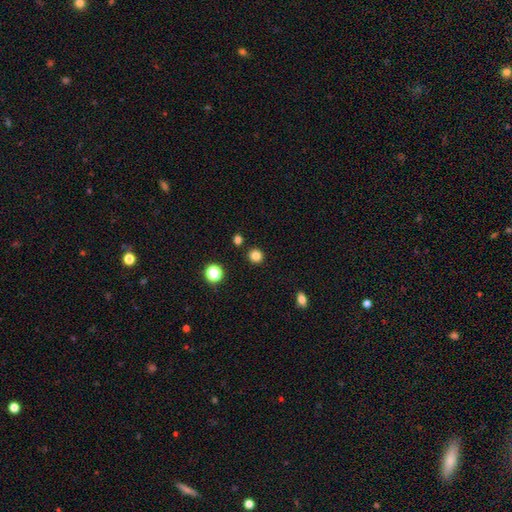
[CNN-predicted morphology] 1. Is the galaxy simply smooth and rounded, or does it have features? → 83% smooth, 13% star or artifact, 4% featured or disk.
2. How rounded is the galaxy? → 91% round, 8% in between, 1% cigar-shaped.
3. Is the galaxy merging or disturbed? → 90% none, 5% minor disturbance, 3% merger, 2% major disturbance.